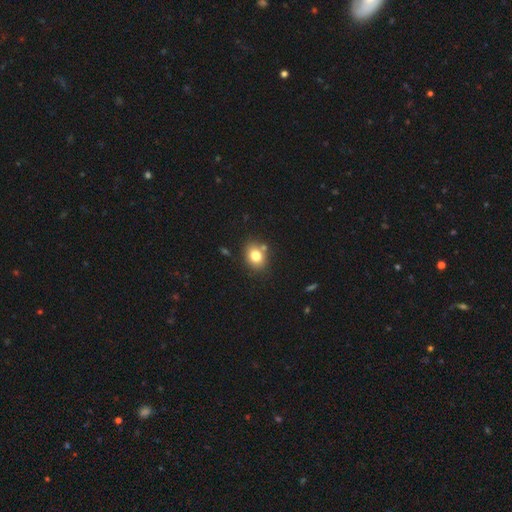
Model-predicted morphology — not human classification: Overall: smooth (79%). How rounded: in between (50%; round 49%). Merging: none (75%).